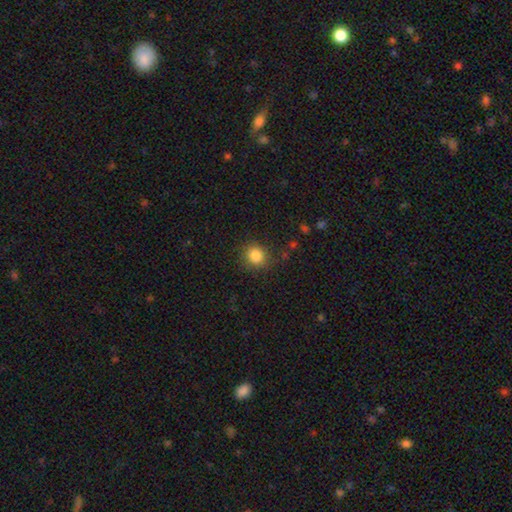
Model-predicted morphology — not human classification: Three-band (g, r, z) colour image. It shows a smooth galaxy with no disk features (84%) that is round (84%). Merging: none (84%).